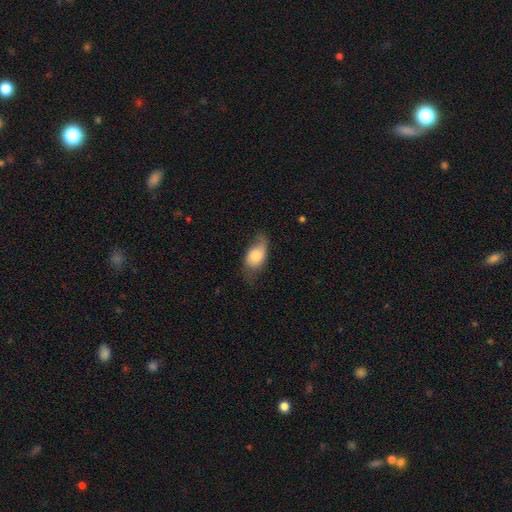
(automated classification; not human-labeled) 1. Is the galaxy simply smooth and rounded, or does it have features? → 70% smooth, 23% featured or disk, 7% star or artifact.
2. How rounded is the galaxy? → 88% in between, 8% round, 4% cigar-shaped.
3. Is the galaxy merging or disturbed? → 48% none, 34% minor disturbance, 16% major disturbance, 2% merger.